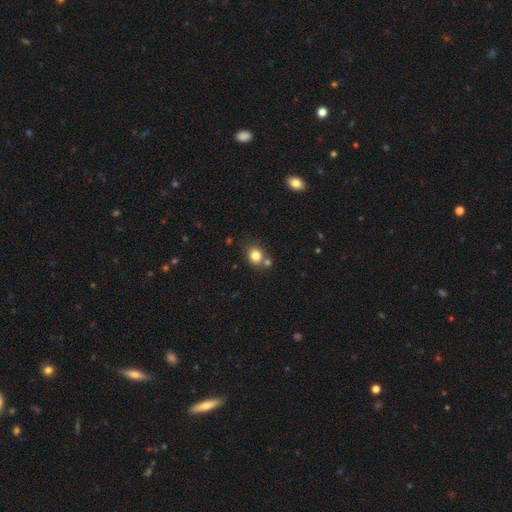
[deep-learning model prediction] smooth 82%, star or artifact 11%, featured or disk 7%. Down the decision tree: how rounded — round (70%); merging — none (64%).